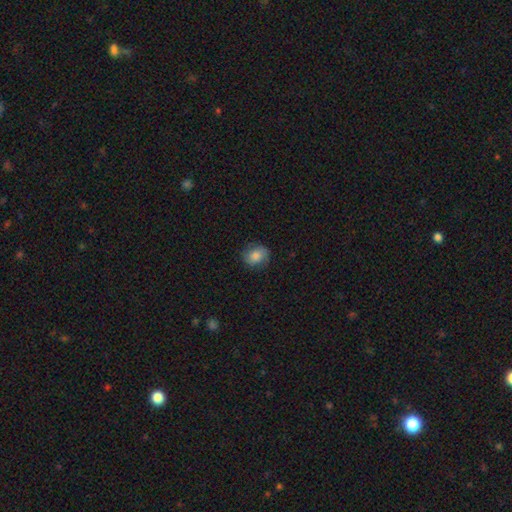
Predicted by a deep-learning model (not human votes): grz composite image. It shows a smooth galaxy with no disk features (69%) that is round (61%). Merging: none (79%).